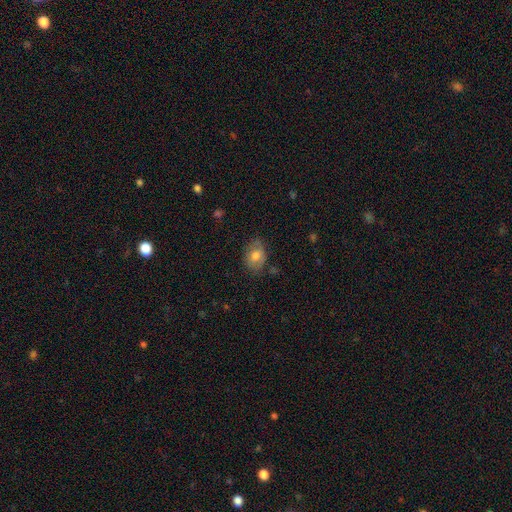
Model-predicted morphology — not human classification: A smooth galaxy with no disk features (71%) that is in between round and cigar-shaped (69%). Merging: none (70%).